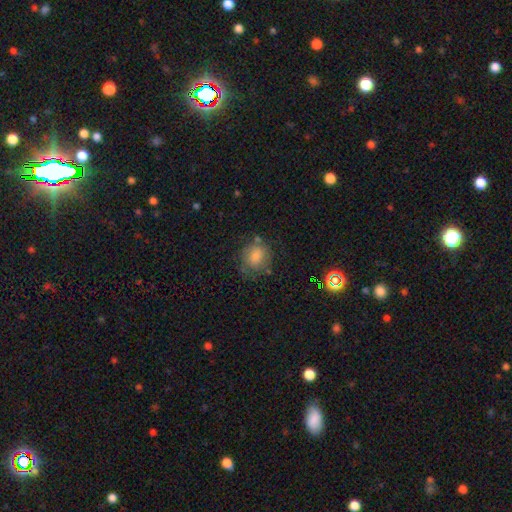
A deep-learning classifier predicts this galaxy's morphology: Smooth or featured: smooth — 62% (featured or disk — 20%)
How rounded: round — 60% (in between — 38%)
Merging: none — 65% (minor disturbance — 22%)